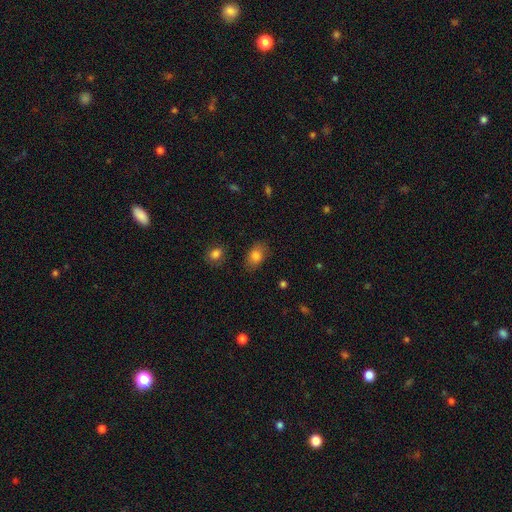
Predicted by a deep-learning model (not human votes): The model was most divided on "merging": none: 81%, minor disturbance: 13%, major disturbance: 3%, merger: 2%. More confident: how rounded — in between (84%); smooth or featured — smooth (82%).